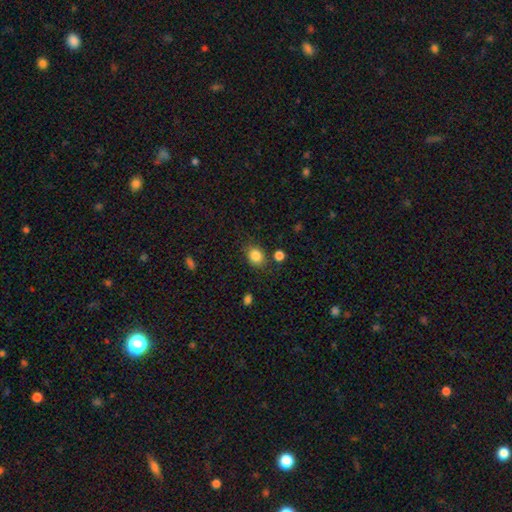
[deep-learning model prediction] Morphology: type=smooth (85%); roundness=round (54%); merging=none (75%).